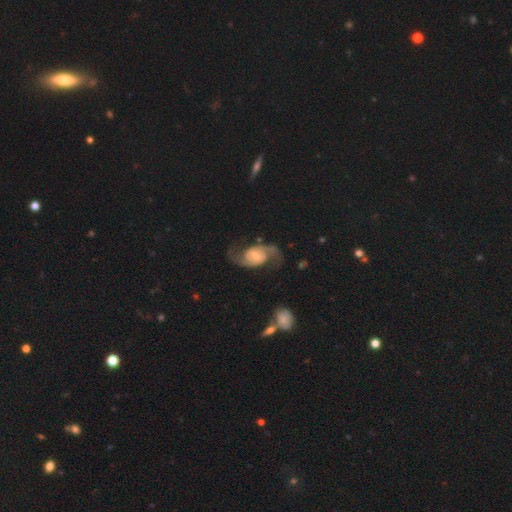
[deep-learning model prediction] Morphology: type=featured or disk (87%); edge-on=no (97%); bar=weak (52%); spiral arms=yes (97%); winding=medium (46%); arm count=2 (93%); bulge=small (44%); merging=none (73%).